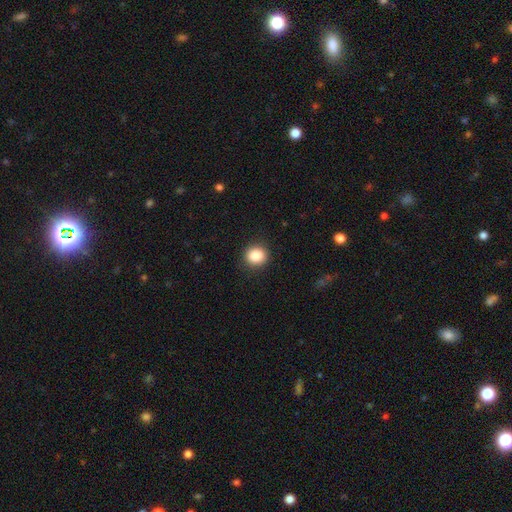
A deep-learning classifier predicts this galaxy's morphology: Q: Smooth or featured?
A: smooth (88%); runner-up: star or artifact (9%)
Q: How rounded?
A: round (82%); runner-up: in between (17%)
Q: Merging?
A: none (89%); runner-up: minor disturbance (8%)